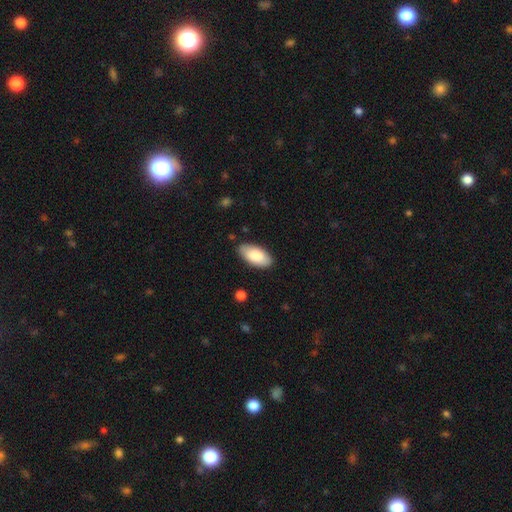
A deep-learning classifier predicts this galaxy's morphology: This appears to be a smooth galaxy with no disk features (83%) that is in between round and cigar-shaped (94%). Merging: none (86%).